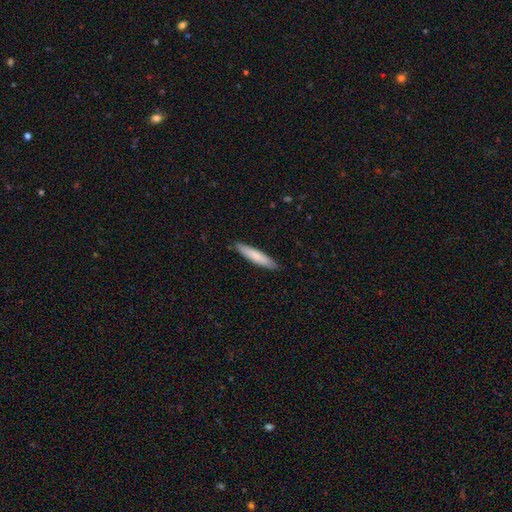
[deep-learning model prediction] A smooth galaxy with no disk features (79%) that is cigar-shaped (88%). Merging: none (90%).